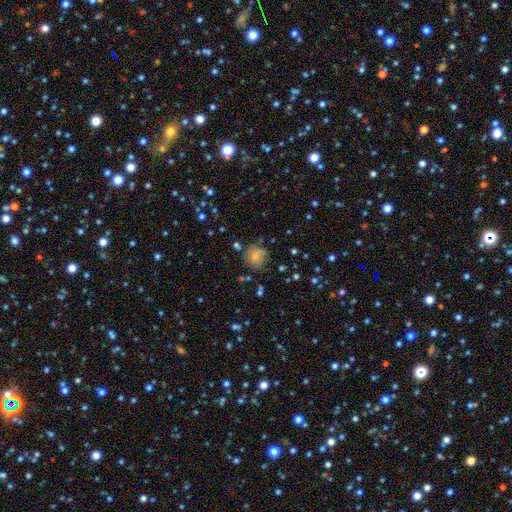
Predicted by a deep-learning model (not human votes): smooth_or_featured: smooth (p=0.58) [alt: featured or disk p=0.28]
how_rounded: round (p=0.80) [alt: in between p=0.18]
merging: none (p=0.61) [alt: minor disturbance p=0.24]